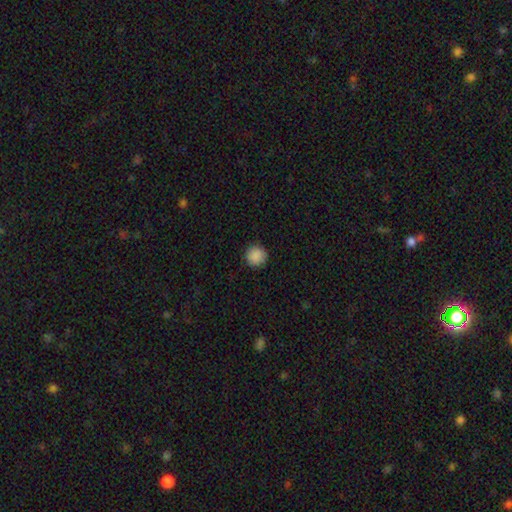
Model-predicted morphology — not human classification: Smooth or featured?
  - smooth: 89% *
  - star or artifact: 9%
  - featured or disk: 3%
How rounded?
  - round: 95% *
  - in between: 4%
  - cigar-shaped: 1%
Merging?
  - none: 91% *
  - minor disturbance: 6%
  - major disturbance: 2%
  - merger: 1%